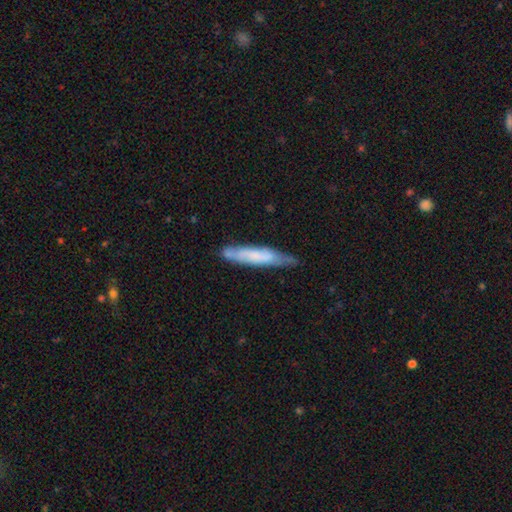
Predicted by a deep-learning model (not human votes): Smooth or featured: smooth — 54% (featured or disk — 39%)
How rounded: cigar-shaped — 88% (in between — 10%)
Merging: none — 67% (minor disturbance — 26%)